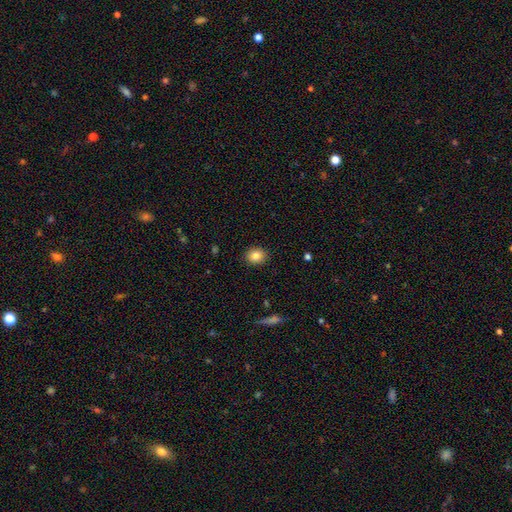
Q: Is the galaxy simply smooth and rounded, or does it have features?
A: smooth — 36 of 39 (92%).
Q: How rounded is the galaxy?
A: round — 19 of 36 (53%).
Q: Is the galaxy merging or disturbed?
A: none — 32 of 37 (86%).